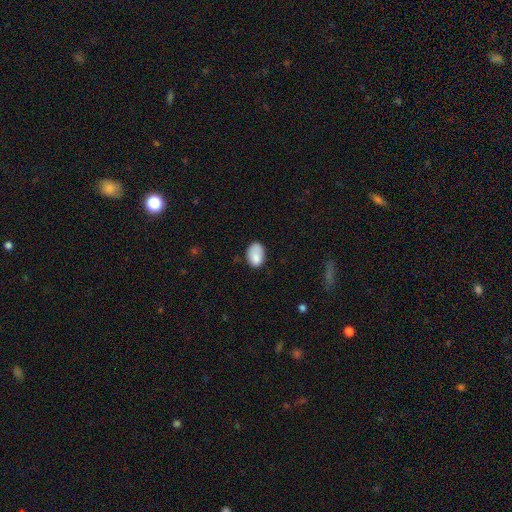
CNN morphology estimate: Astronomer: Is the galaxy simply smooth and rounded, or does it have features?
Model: smooth — 82%.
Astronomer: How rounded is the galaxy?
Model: in between — 85%.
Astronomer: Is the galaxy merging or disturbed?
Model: none — 58%.